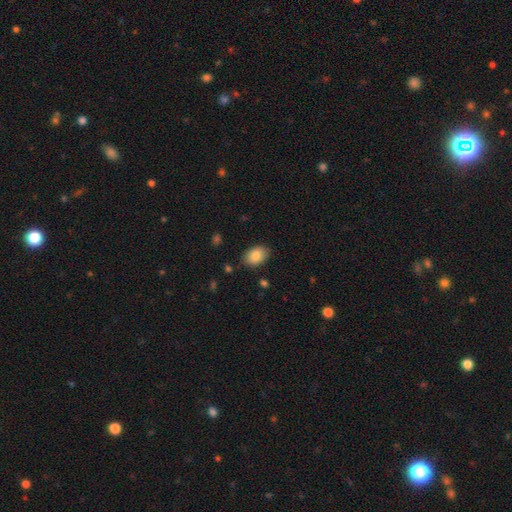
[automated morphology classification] Smooth or featured? smooth (86%)
How rounded? in between (88%)
Merging? none (85%)